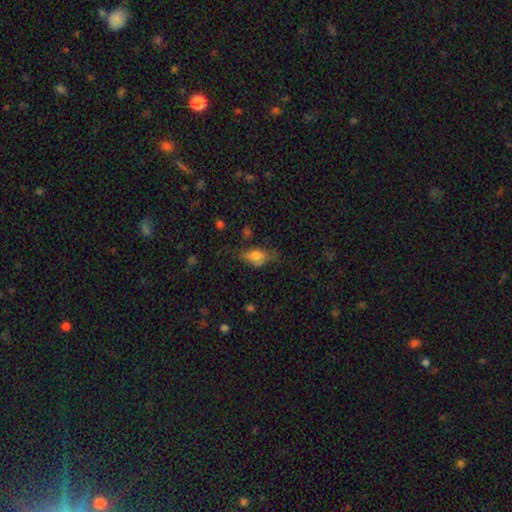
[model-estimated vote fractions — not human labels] smooth_or_featured: smooth (p=0.71) [alt: featured or disk p=0.18]
how_rounded: in between (p=0.83) [alt: cigar-shaped p=0.11]
merging: none (p=0.44) [alt: minor disturbance p=0.33]